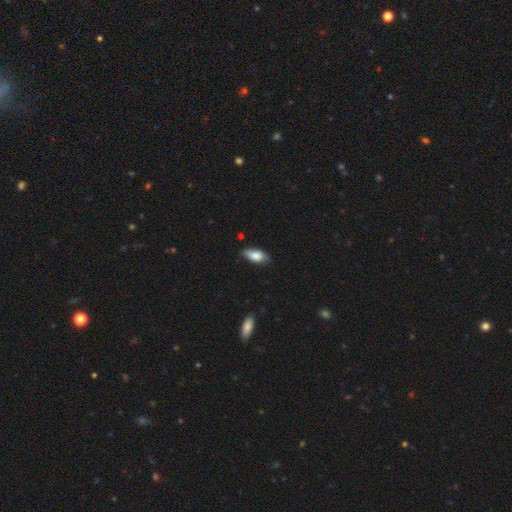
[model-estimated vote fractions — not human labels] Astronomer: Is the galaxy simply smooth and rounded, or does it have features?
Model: smooth — 81%.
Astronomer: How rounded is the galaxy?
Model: in between — 88%.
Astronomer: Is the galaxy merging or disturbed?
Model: none — 70%.